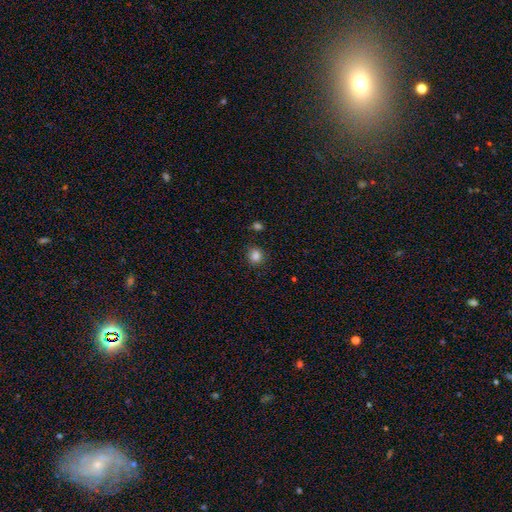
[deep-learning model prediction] This appears to be a smooth galaxy with no disk features (84%) that is round (85%). Merging: none (87%).